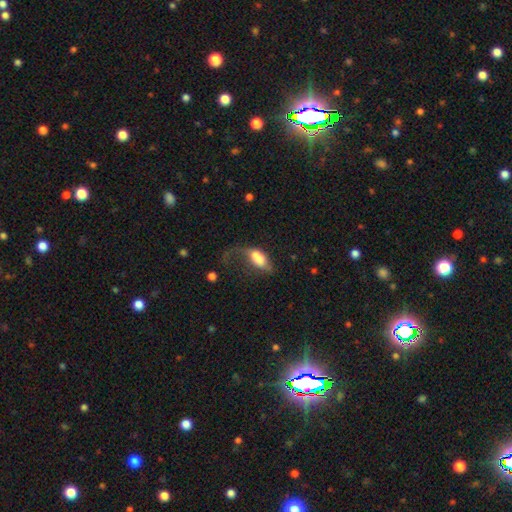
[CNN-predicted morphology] A smooth galaxy with no disk features (64%) that is in between round and cigar-shaped (85%).

Vote fractions:
- Smooth or featured? smooth: 64% / featured or disk: 28% / star or artifact: 8%
- How rounded? in between: 85% / cigar-shaped: 9% / round: 6%
- Merging? major disturbance: 51% / none: 17% / merger: 17% / minor disturbance: 15%